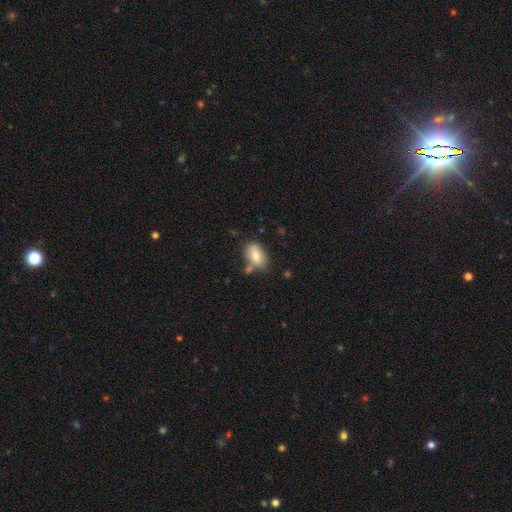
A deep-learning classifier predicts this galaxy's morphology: This appears to be a smooth galaxy with no disk features (77%) that is in between round and cigar-shaped (89%). Merging: none (61%).